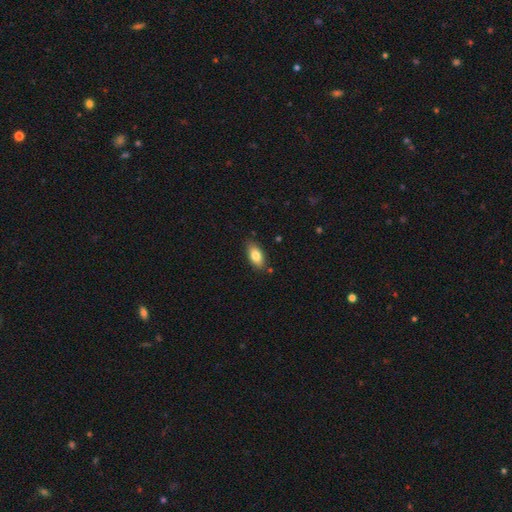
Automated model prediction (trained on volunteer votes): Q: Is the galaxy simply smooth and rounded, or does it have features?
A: smooth — 80%.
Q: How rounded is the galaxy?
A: in between — 89%.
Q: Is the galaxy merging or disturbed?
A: none — 83%.